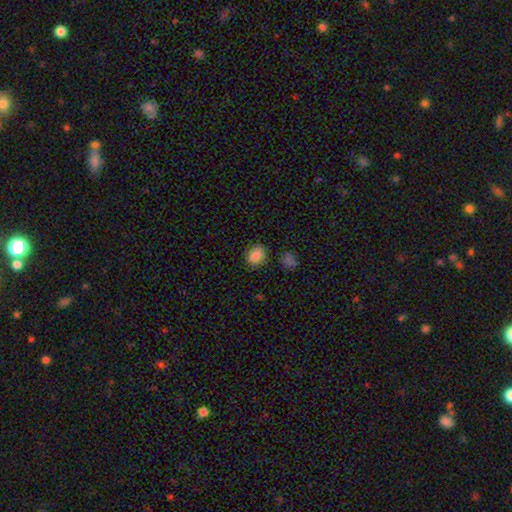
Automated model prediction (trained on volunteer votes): A smooth galaxy with no disk features (85%) that is round (55%).

Vote fractions:
- Smooth or featured? smooth: 85% / star or artifact: 10% / featured or disk: 5%
- How rounded? round: 55% / in between: 44% / cigar-shaped: 1%
- Merging? none: 82% / minor disturbance: 13% / major disturbance: 3% / merger: 3%